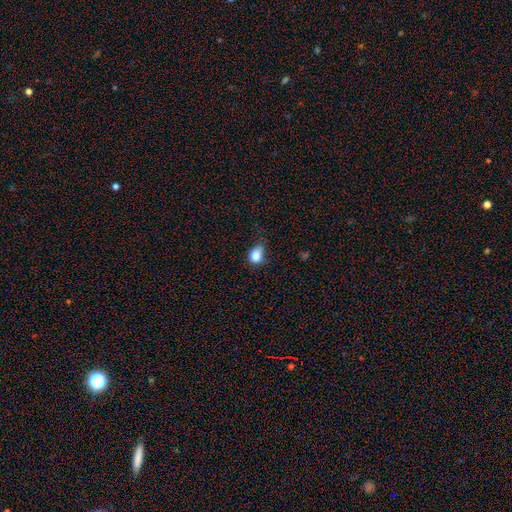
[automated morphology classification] The model was most divided on "merging": none: 45%, minor disturbance: 38%, major disturbance: 14%, merger: 3%. More confident: smooth or featured — smooth (84%); how rounded — in between (60%).